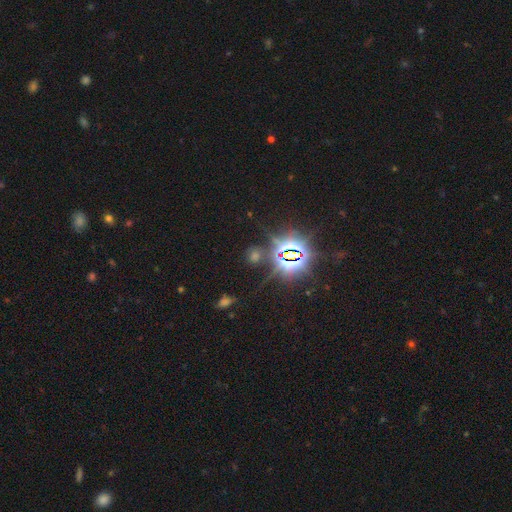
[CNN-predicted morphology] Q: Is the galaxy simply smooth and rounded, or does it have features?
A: star or artifact — 77%.